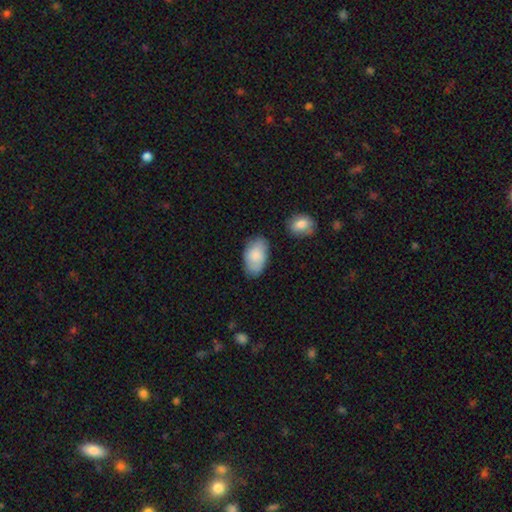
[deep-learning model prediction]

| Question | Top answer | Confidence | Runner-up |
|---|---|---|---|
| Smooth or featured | smooth | 83% | featured or disk (11%) |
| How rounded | in between | 94% | round (4%) |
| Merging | none | 71% | minor disturbance (20%) |